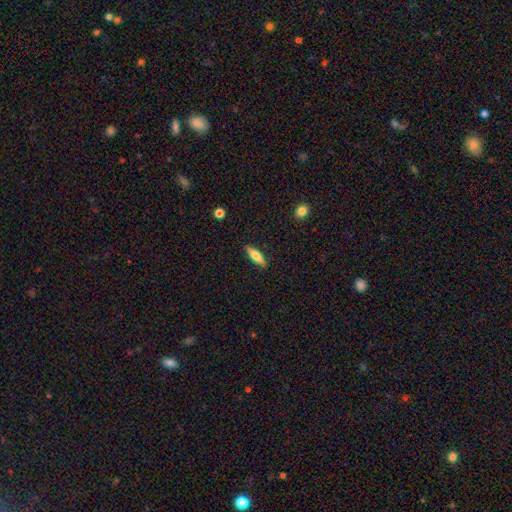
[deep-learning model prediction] Morphology: type=smooth (64%); roundness=cigar-shaped (65%); merging=none (89%).